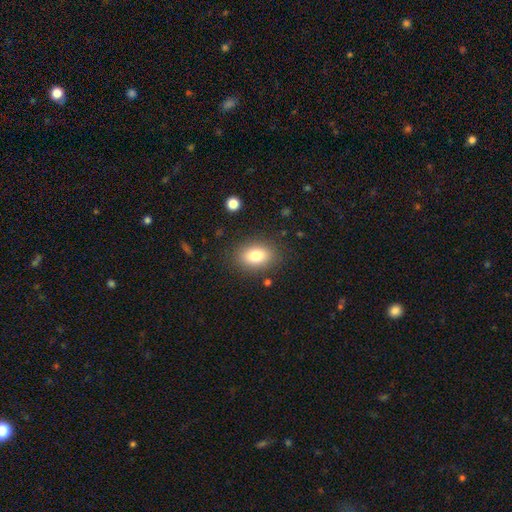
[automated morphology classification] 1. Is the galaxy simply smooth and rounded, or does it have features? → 81% smooth, 10% featured or disk, 9% star or artifact.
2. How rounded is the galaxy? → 79% in between, 20% round, 1% cigar-shaped.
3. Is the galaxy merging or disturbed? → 85% none, 10% minor disturbance, 4% major disturbance, 2% merger.